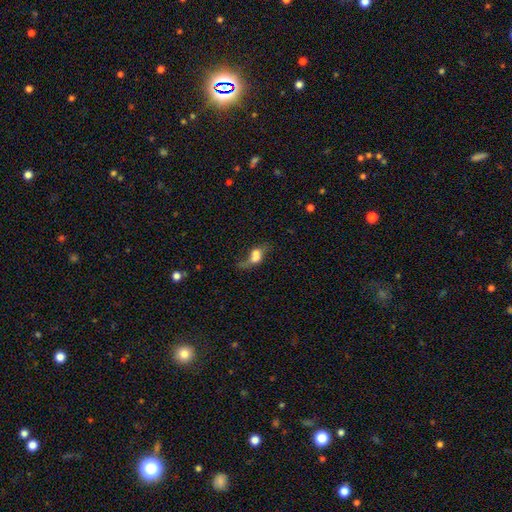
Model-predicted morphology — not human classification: A smooth galaxy with no disk features (49%). Merging: merger (37%).